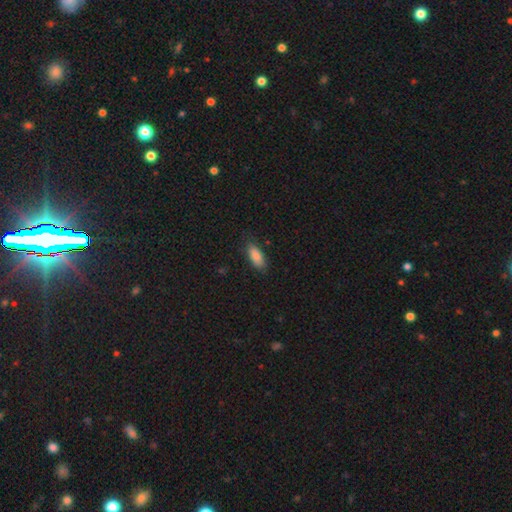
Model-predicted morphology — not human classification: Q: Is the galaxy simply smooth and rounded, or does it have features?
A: smooth — 85%.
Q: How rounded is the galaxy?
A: in between — 79%.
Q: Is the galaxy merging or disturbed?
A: none — 81%.